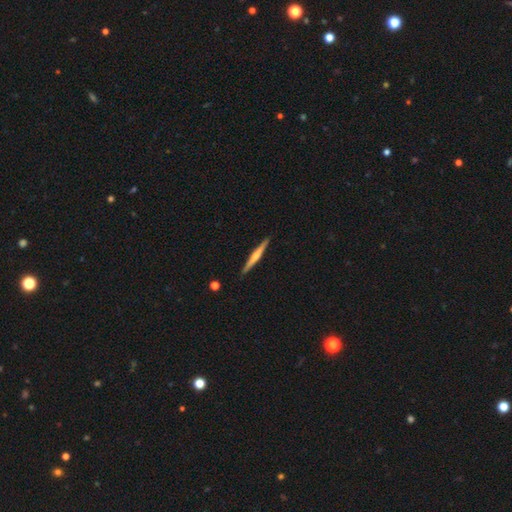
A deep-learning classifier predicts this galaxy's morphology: Smooth or featured? featured or disk (62%)
Edge-on disk? yes (98%)
Edge-on bulge? rounded (69%)
Merging? none (91%)